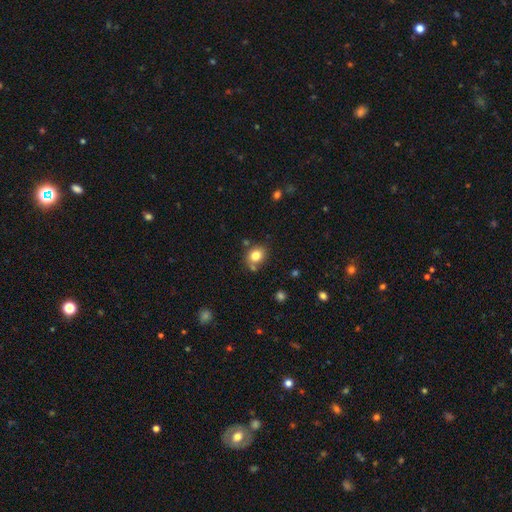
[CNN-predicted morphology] Smooth or featured? smooth (81%)
How rounded? round (58%)
Merging? none (70%)